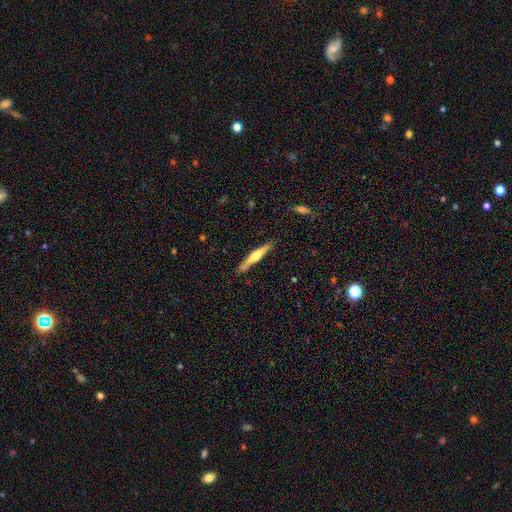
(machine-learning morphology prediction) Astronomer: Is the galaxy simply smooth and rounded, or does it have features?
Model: featured or disk — 52% (runner-up: smooth, 43%).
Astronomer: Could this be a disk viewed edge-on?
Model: yes — 95%.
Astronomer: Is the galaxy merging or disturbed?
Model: none — 82%.